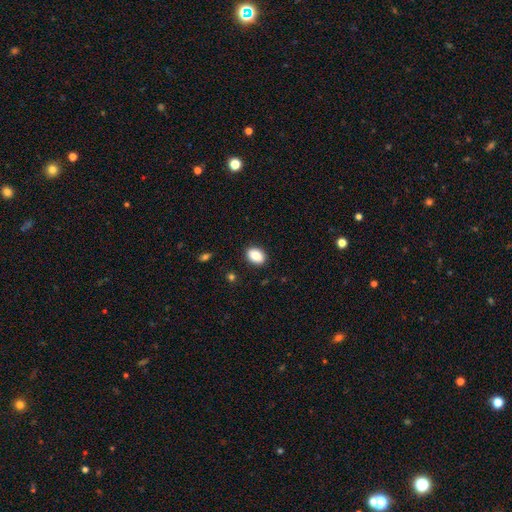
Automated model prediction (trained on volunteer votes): smooth-or-featured: smooth: 87% | star or artifact: 8% | featured or disk: 5%
  how-rounded: in between: 79% | round: 19% | cigar-shaped: 1%
  merging: none: 89% | minor disturbance: 8% | major disturbance: 2% | merger: 1%